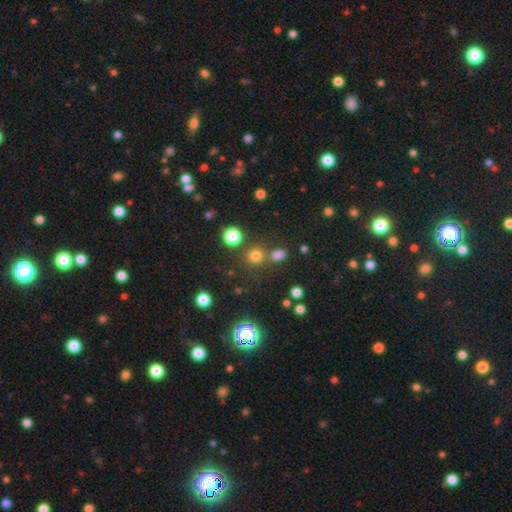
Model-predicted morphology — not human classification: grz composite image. It shows a smooth galaxy with no disk features (72%) that is round (87%). Merging: none (71%).